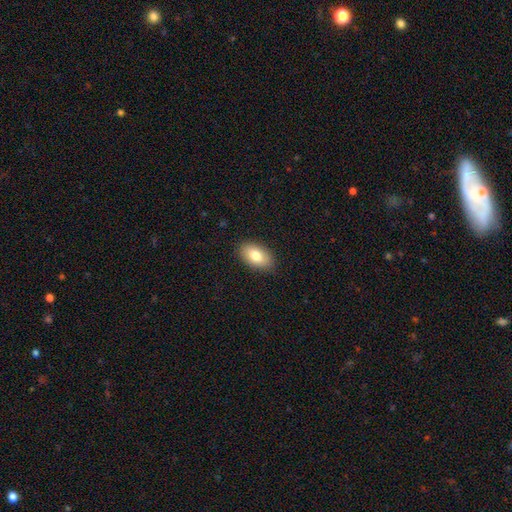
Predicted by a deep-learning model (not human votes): Q: Smooth or featured?
A: smooth (81%); runner-up: featured or disk (12%)
Q: How rounded?
A: in between (93%); runner-up: round (5%)
Q: Merging?
A: none (87%); runner-up: minor disturbance (10%)